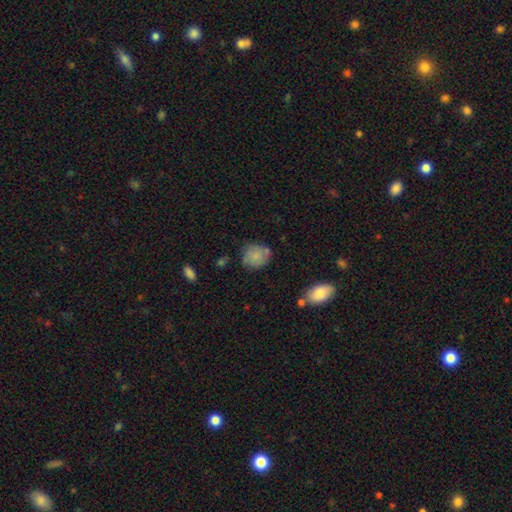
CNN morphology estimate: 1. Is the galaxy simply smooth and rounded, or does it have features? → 72% smooth, 19% featured or disk, 8% star or artifact.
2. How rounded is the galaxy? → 76% round, 23% in between, 1% cigar-shaped.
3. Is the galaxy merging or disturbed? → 63% none, 23% minor disturbance, 7% merger, 7% major disturbance.